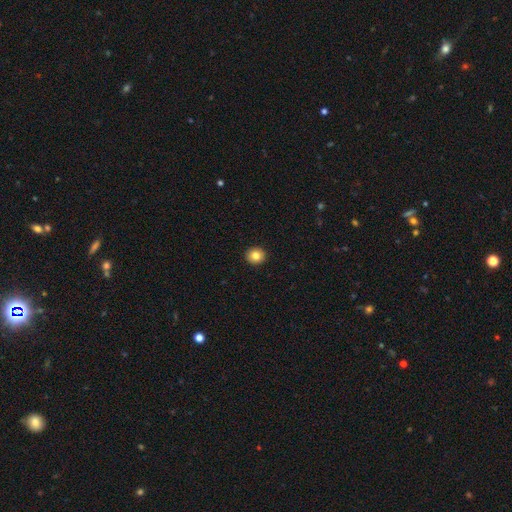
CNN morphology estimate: The model was most divided on "how rounded": round: 86%, in between: 13%, cigar-shaped: 1%. More confident: merging — none (93%); smooth or featured — smooth (83%).